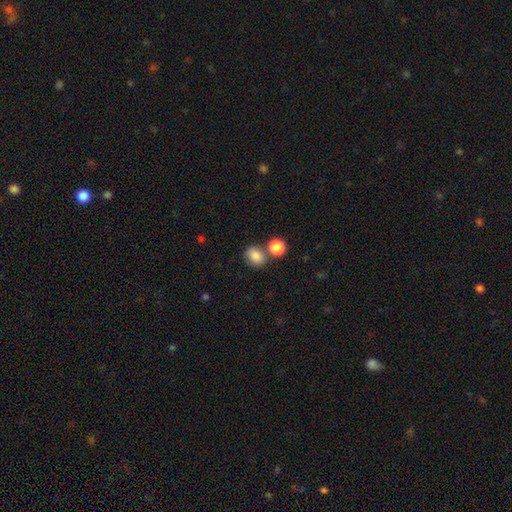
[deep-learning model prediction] Smooth or featured: smooth — 84% (star or artifact — 10%)
How rounded: in between — 51% (round — 48%)
Merging: none — 65% (merger — 20%)